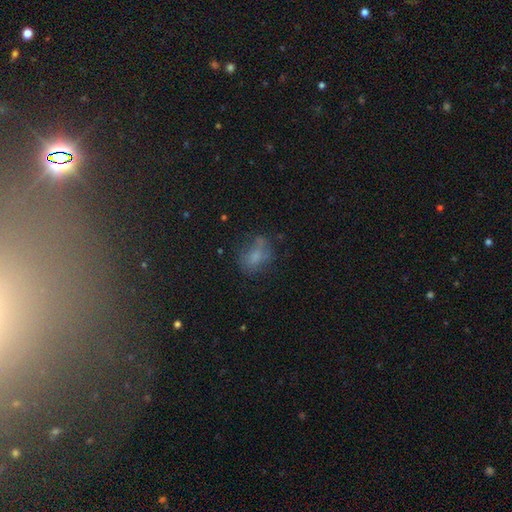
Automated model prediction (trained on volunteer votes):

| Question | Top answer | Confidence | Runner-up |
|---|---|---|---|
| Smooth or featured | smooth | 59% | featured or disk (24%) |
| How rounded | in between | 67% | round (31%) |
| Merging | none | 49% | minor disturbance (25%) |